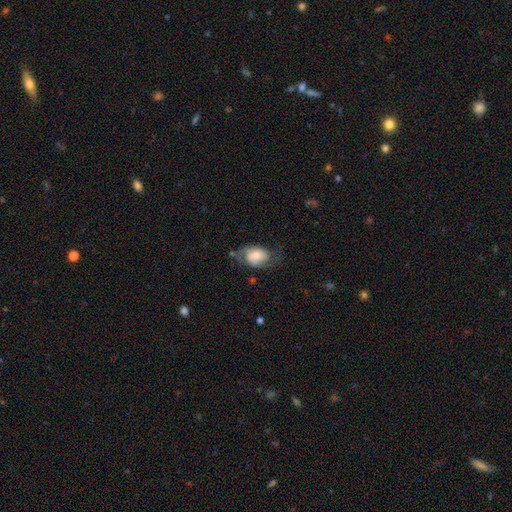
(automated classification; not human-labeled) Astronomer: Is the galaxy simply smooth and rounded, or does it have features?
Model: featured or disk — 55% (runner-up: smooth, 38%).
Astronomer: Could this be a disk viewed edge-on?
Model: no — 96%.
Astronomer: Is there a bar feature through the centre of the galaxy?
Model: no — 66%.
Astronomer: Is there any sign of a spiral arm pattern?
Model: yes — 82%.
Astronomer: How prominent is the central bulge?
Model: moderate — 41% (runner-up: small, 39%).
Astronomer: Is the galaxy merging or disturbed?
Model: none — 50% (runner-up: minor disturbance, 26%).